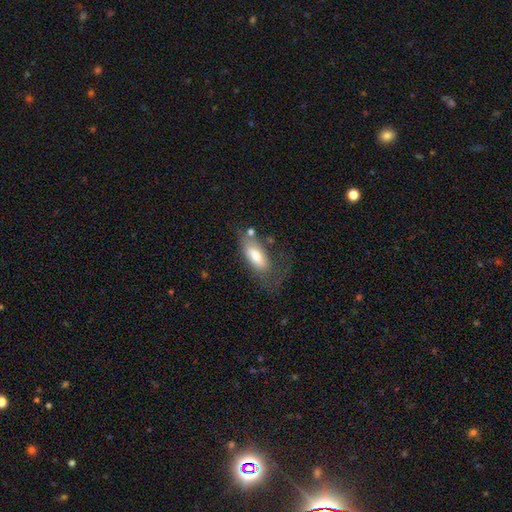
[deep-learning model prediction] Morphology: type=smooth (66%); roundness=in between (82%); merging=none (38%).